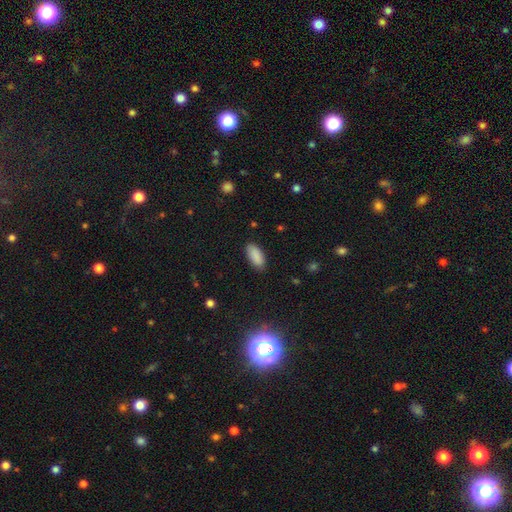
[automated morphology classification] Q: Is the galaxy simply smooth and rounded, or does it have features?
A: smooth — 89%.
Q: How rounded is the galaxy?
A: in between — 90%.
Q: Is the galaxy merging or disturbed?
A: none — 86%.